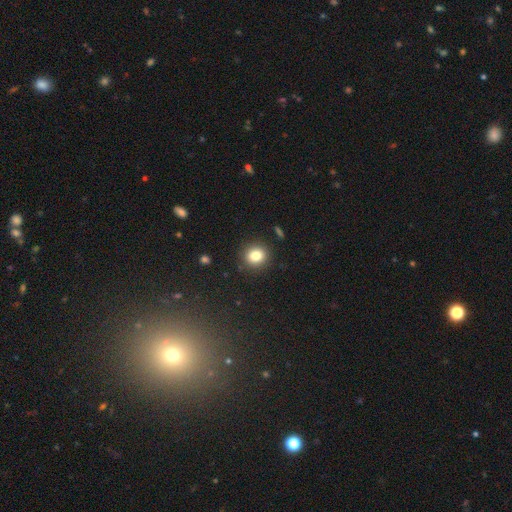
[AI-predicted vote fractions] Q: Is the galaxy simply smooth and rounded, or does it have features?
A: smooth — 82%.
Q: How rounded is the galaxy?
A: round — 84%.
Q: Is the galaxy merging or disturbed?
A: none — 89%.